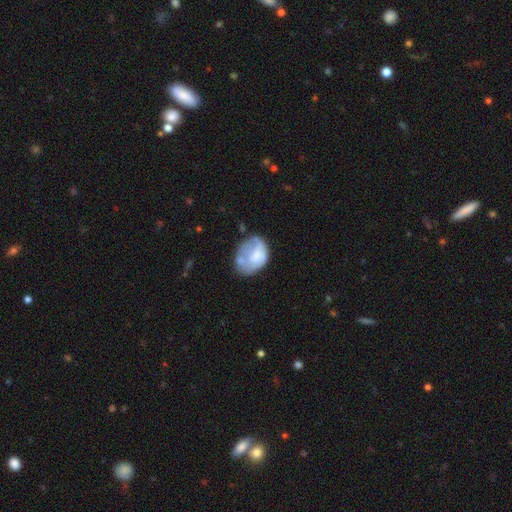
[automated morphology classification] smooth 55%, featured or disk 37%, star or artifact 8%. Down the decision tree: how rounded — in between (70%); merging — none (38%).